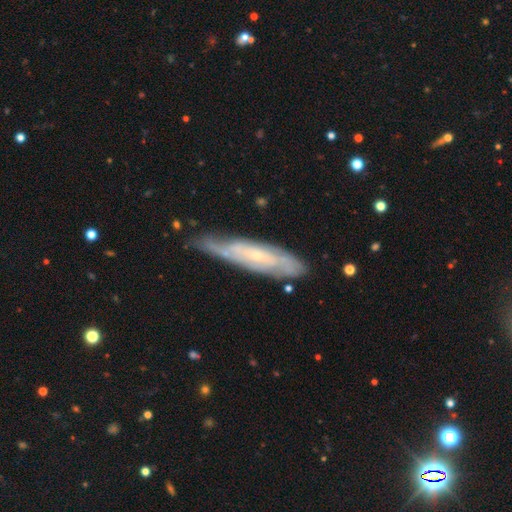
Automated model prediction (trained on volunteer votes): Overall: featured or disk (72%). Edge-on disk: no (61%; yes 39%). Merging: none (70%).